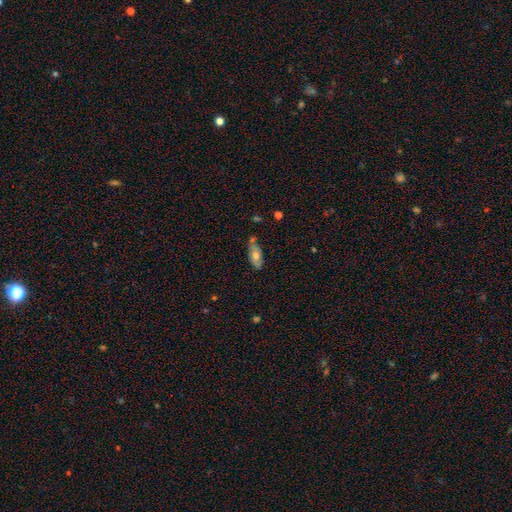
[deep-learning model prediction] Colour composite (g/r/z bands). It shows a smooth galaxy with no disk features (56%) that is in between round and cigar-shaped (84%). Merging: none (65%).